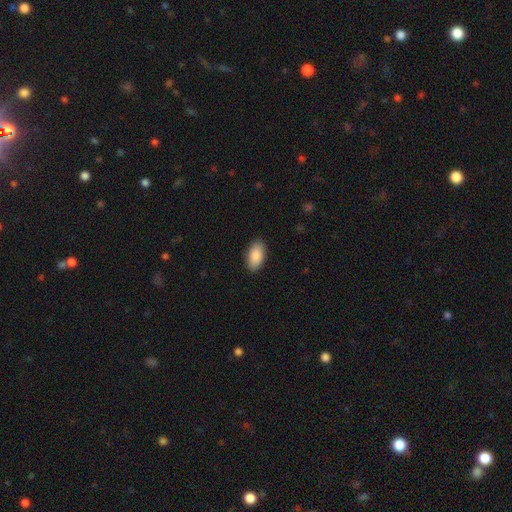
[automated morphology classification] type=smooth (89%); roundness=in between (95%); merging=none (89%).